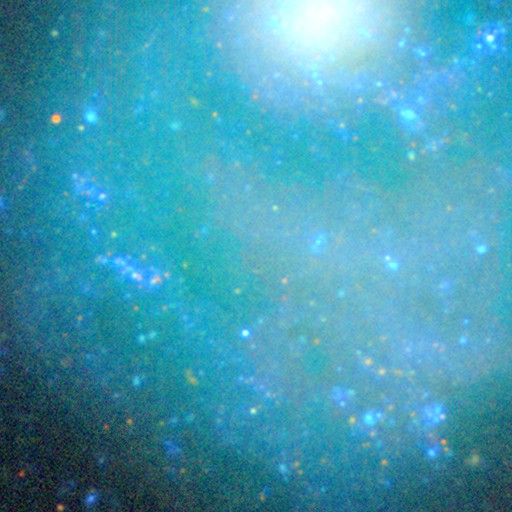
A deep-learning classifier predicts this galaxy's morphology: smooth-or-featured: star or artifact: 61% | featured or disk: 26% | smooth: 13%